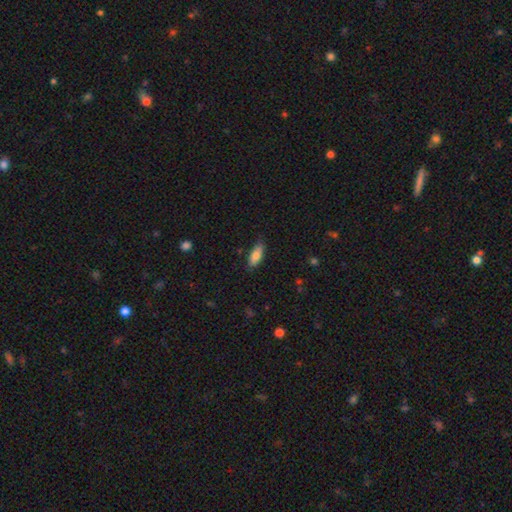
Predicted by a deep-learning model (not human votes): Smooth or featured: smooth — 80% (featured or disk — 14%)
How rounded: in between — 73% (cigar-shaped — 25%)
Merging: none — 77% (minor disturbance — 18%)